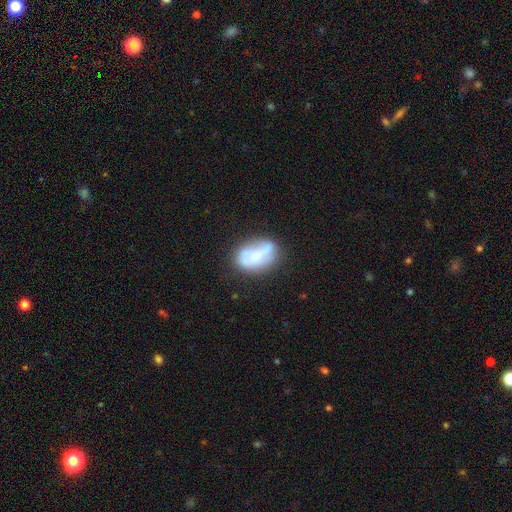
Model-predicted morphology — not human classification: A smooth galaxy with no disk features (47%).

Vote fractions:
- Smooth or featured? smooth: 47% / featured or disk: 44% / star or artifact: 9%
- Merging? none: 51% / minor disturbance: 26% / major disturbance: 14% / merger: 9%